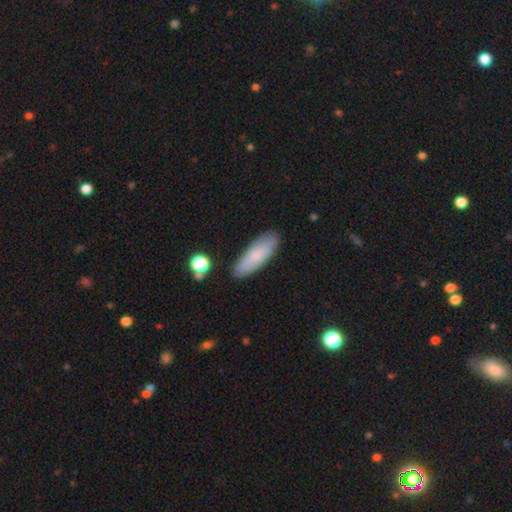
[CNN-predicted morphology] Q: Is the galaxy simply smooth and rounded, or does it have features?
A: smooth — 78%.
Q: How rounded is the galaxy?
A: in between — 56%.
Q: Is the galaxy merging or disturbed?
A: none — 85%.